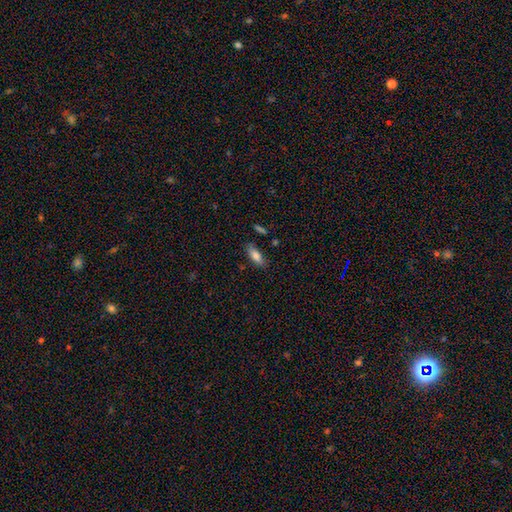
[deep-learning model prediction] The model was most divided on "how rounded": in between: 72%, cigar-shaped: 26%, round: 2%. More confident: merging — none (80%); smooth or featured — smooth (79%).